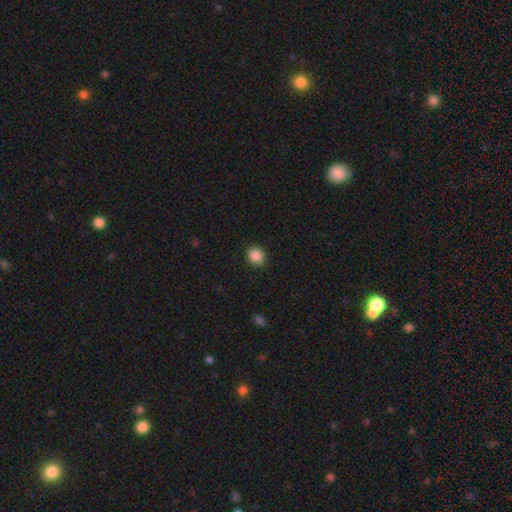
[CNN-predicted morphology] Smooth or featured? smooth (86%)
How rounded? round (87%)
Merging? none (90%)